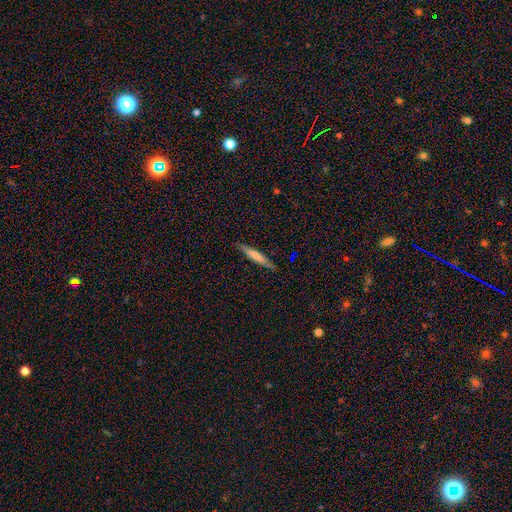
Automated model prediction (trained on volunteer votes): smooth_or_featured: smooth (p=0.64) [alt: featured or disk p=0.31]
how_rounded: cigar-shaped (p=0.93) [alt: in between p=0.05]
merging: none (p=0.88) [alt: minor disturbance p=0.09]